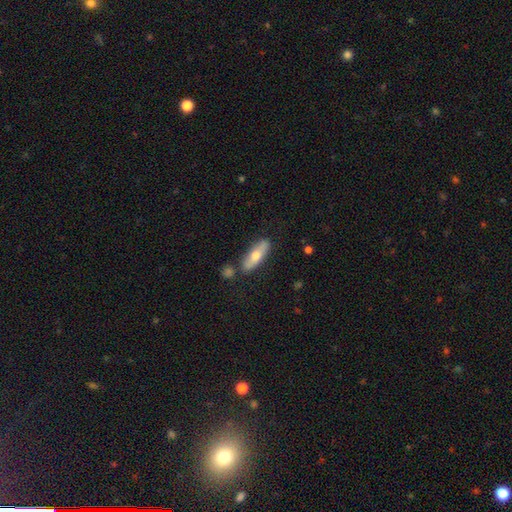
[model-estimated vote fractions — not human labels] Q: Smooth or featured?
A: smooth (57%); runner-up: featured or disk (37%)
Q: How rounded?
A: in between (49%); runner-up: cigar-shaped (48%)
Q: Merging?
A: none (79%); runner-up: minor disturbance (13%)